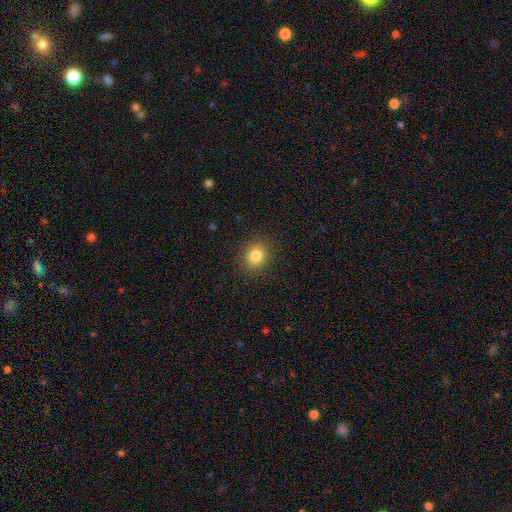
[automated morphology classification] smooth_or_featured: smooth (p=0.82) [alt: star or artifact p=0.12]
how_rounded: round (p=0.75) [alt: in between p=0.24]
merging: none (p=0.90) [alt: minor disturbance p=0.07]